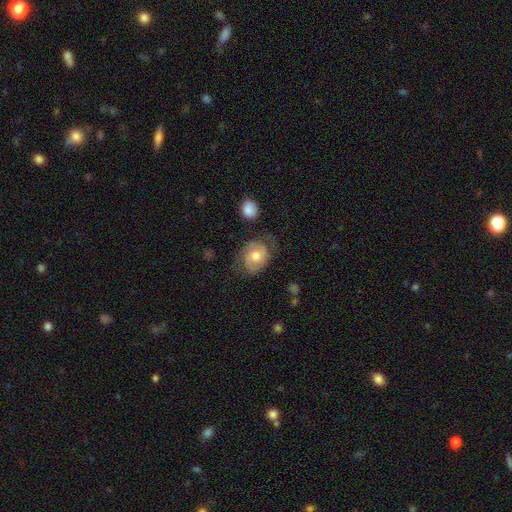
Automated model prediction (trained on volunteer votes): Smooth or featured? featured or disk (58%)
Edge-on disk? no (97%)
Bar? no (69%)
Spiral arms? yes (85%)
Bulge size? moderate (69%)
Merging? none (58%)